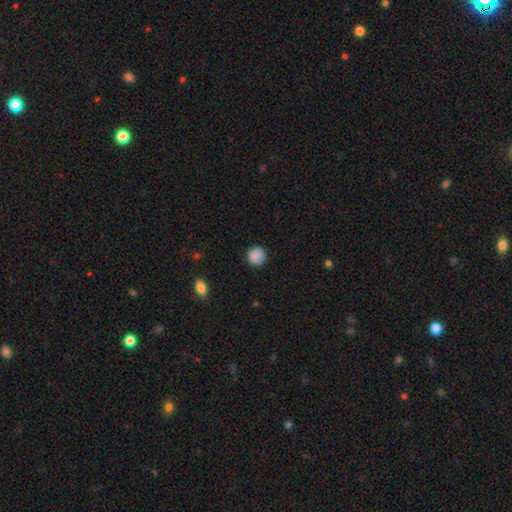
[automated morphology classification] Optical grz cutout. It shows a smooth galaxy with no disk features (88%) that is round (93%). Merging: none (88%).